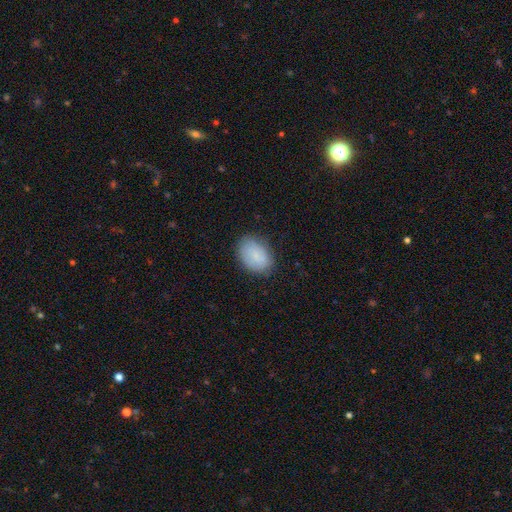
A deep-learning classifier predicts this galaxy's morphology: A smooth galaxy with no disk features (80%) that is in between round and cigar-shaped (82%). Merging: none (80%).